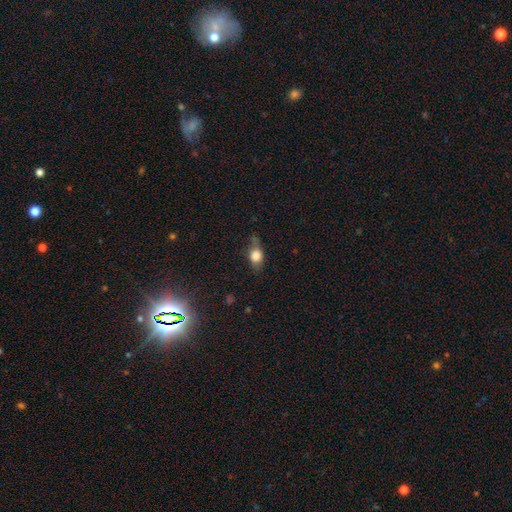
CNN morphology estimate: type=smooth (74%); roundness=in between (58%); merging=none (55%).